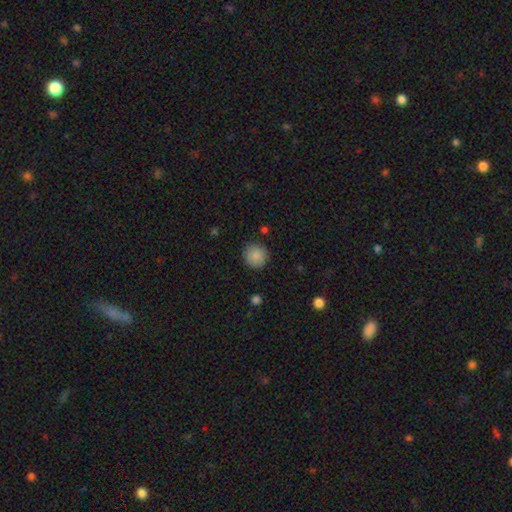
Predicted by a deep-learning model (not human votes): smooth_or_featured: smooth (p=0.87) [alt: star or artifact p=0.09]
how_rounded: round (p=0.93) [alt: in between p=0.06]
merging: none (p=0.88) [alt: minor disturbance p=0.08]